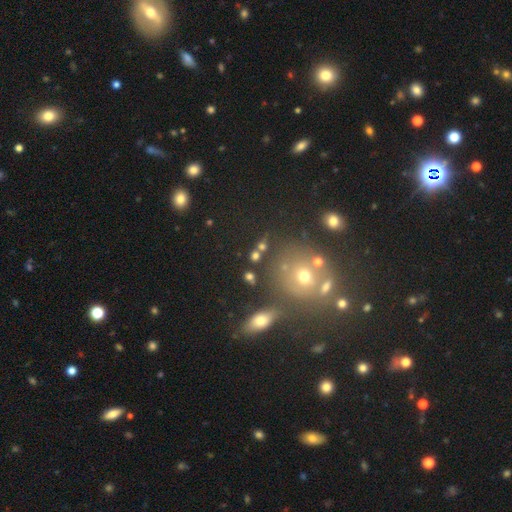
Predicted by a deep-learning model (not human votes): A smooth galaxy with no disk features (63%) that is round (60%). Merging: none (64%).